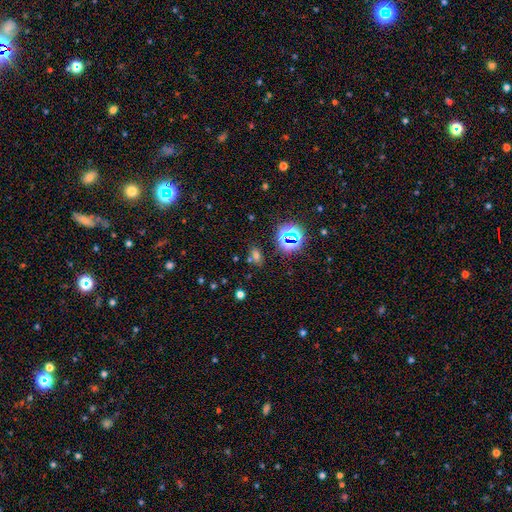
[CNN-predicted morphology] This is possibly a smooth galaxy (52%). How rounded: likely in between (72%). Merging: likely none (71%).